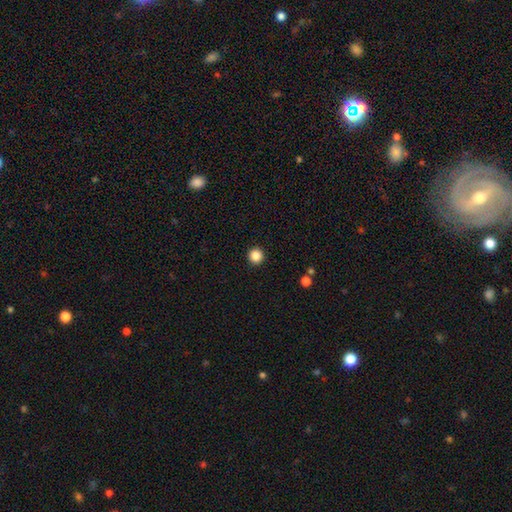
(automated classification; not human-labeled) Overall: smooth (87%). How rounded: round (96%). Merging: none (94%).